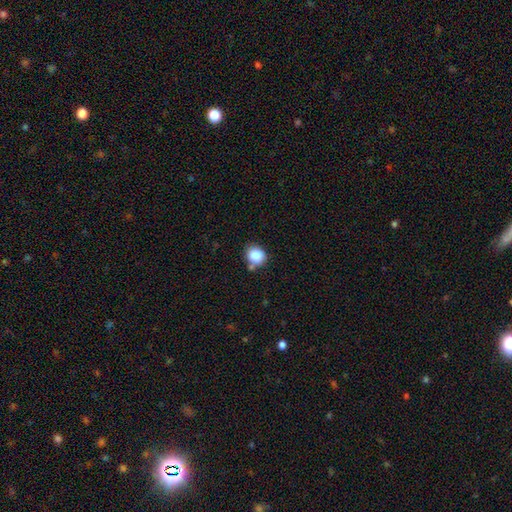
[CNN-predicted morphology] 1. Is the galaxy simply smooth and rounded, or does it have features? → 85% smooth, 9% star or artifact, 6% featured or disk.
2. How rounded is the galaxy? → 73% round, 26% in between, 1% cigar-shaped.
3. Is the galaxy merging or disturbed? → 68% none, 16% minor disturbance, 12% merger, 4% major disturbance.